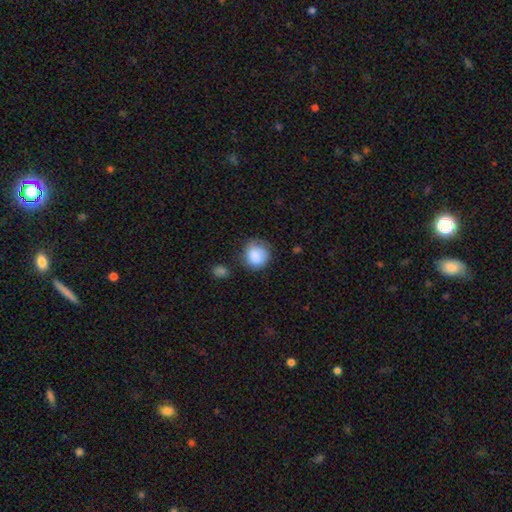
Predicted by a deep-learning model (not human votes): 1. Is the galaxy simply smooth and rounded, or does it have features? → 84% smooth, 8% featured or disk, 7% star or artifact.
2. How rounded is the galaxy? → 84% round, 16% in between, 1% cigar-shaped.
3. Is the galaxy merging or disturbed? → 67% none, 22% minor disturbance, 8% major disturbance, 4% merger.